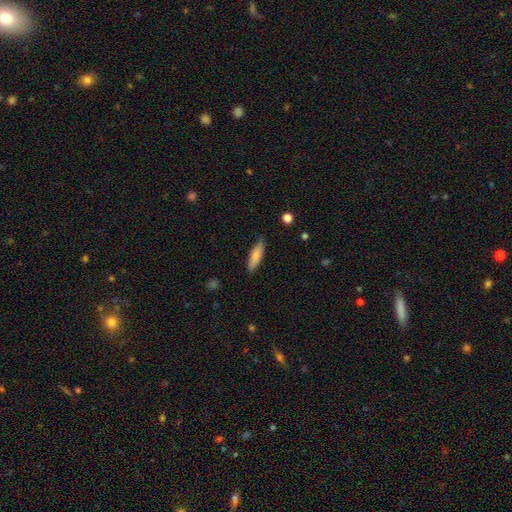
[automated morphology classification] smooth-or-featured: smooth: 82% | featured or disk: 12% | star or artifact: 6%
  how-rounded: cigar-shaped: 61% | in between: 38% | round: 2%
  merging: none: 80% | minor disturbance: 16% | major disturbance: 3% | merger: 1%